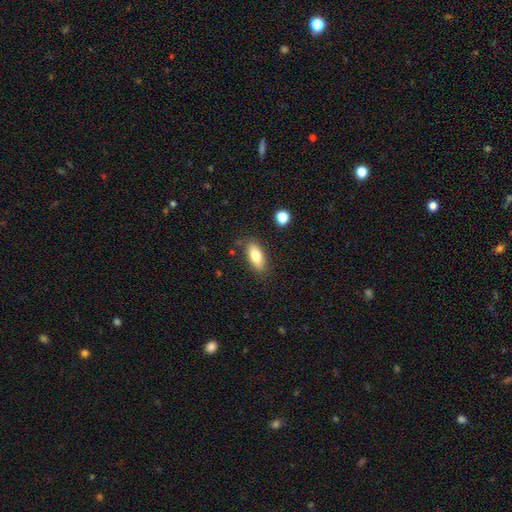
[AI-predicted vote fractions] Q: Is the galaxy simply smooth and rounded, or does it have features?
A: smooth — 79%.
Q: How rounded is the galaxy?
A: in between — 83%.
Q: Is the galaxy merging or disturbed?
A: none — 83%.